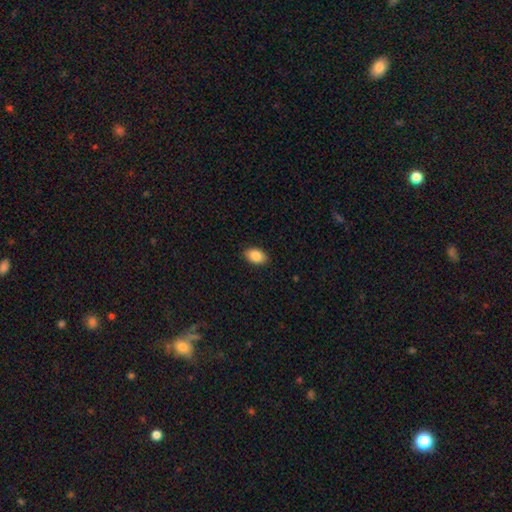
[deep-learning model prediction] smooth 88%, star or artifact 7%, featured or disk 5%. Down the decision tree: how rounded — in between (90%); merging — none (89%).